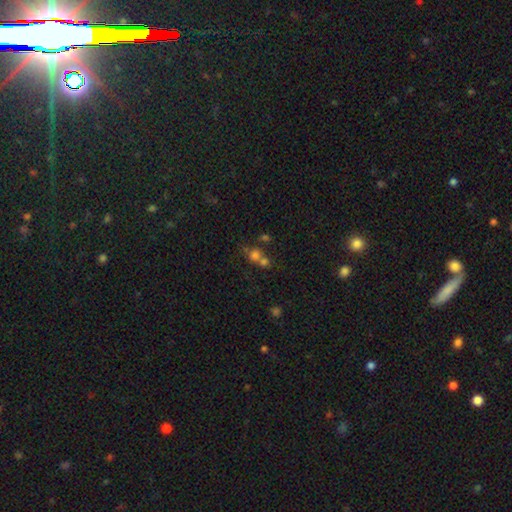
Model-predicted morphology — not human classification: smooth-or-featured: smooth: 59% | star or artifact: 27% | featured or disk: 14%
  how-rounded: round: 79% | in between: 20% | cigar-shaped: 1%
  merging: merger: 49% | none: 39% | minor disturbance: 7% | major disturbance: 5%